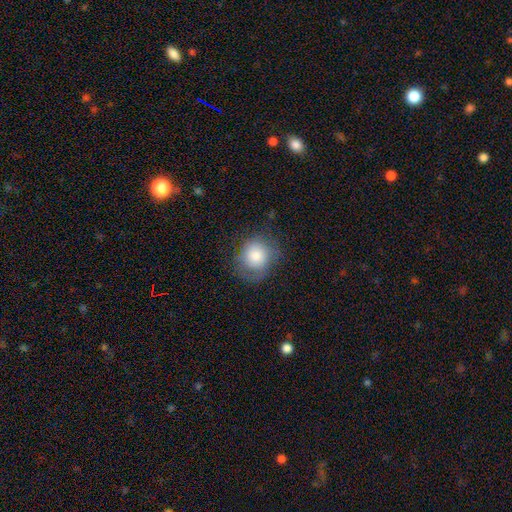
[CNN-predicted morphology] Smooth or featured?
  - smooth: 74% *
  - featured or disk: 17%
  - star or artifact: 9%
How rounded?
  - round: 79% *
  - in between: 20%
  - cigar-shaped: 1%
Merging?
  - none: 65% *
  - minor disturbance: 23%
  - major disturbance: 10%
  - merger: 1%